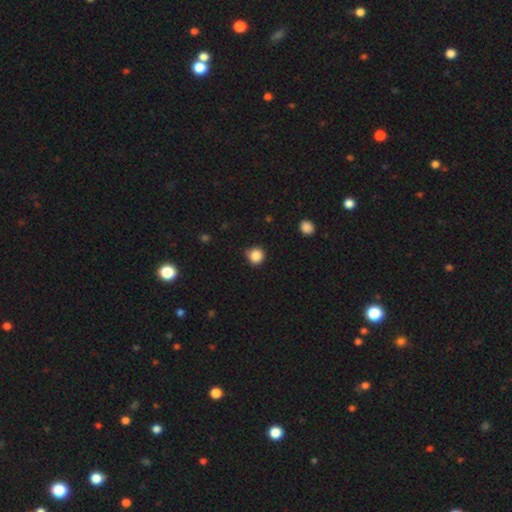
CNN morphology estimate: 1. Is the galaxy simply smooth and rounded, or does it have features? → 86% smooth, 11% star or artifact, 3% featured or disk.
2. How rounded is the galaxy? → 93% round, 6% in between, 1% cigar-shaped.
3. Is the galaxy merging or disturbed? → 82% none, 14% minor disturbance, 3% major disturbance, 1% merger.